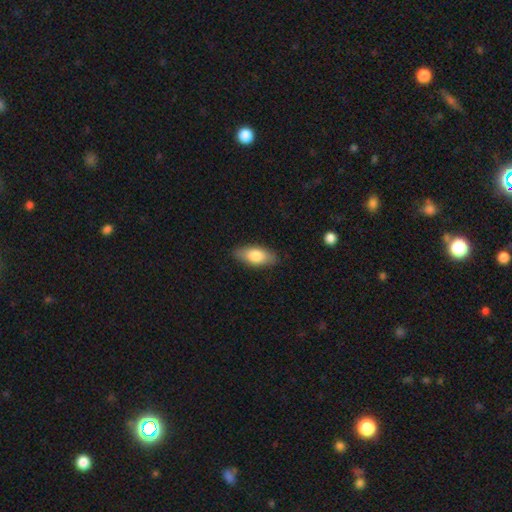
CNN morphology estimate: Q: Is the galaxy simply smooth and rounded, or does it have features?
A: smooth — 77%.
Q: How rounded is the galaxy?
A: in between — 84%.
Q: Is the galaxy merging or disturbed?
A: none — 85%.